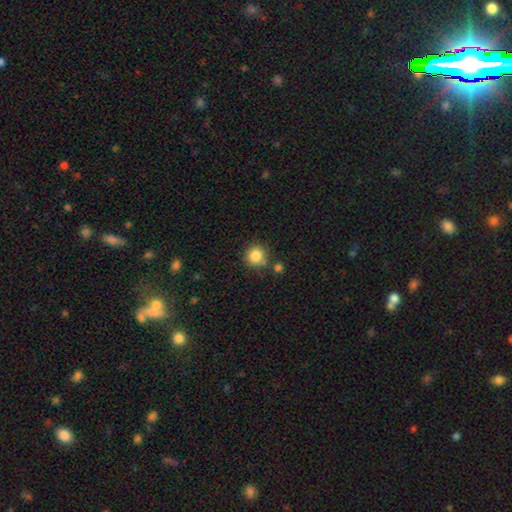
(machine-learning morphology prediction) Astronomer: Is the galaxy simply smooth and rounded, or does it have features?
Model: smooth — 84%.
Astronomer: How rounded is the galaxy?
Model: round — 92%.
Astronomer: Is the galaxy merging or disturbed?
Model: none — 76%.